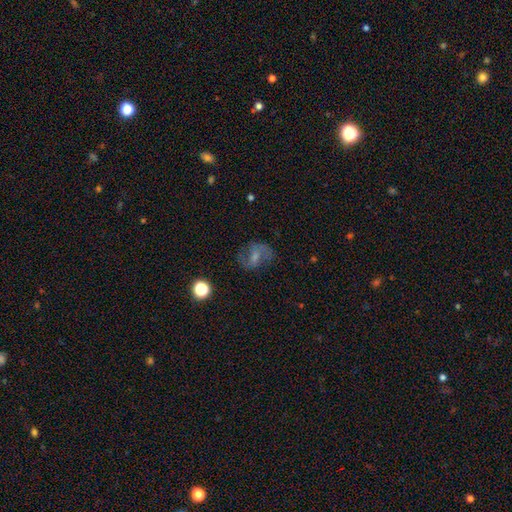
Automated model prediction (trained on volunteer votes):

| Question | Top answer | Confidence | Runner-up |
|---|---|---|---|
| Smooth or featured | featured or disk | 53% | smooth (33%) |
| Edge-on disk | no | 97% | yes (3%) |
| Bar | weak | 48% | no (34%) |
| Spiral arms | yes | 75% | no (25%) |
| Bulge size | small | 40% | moderate (33%) |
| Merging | none | 63% | minor disturbance (20%) |